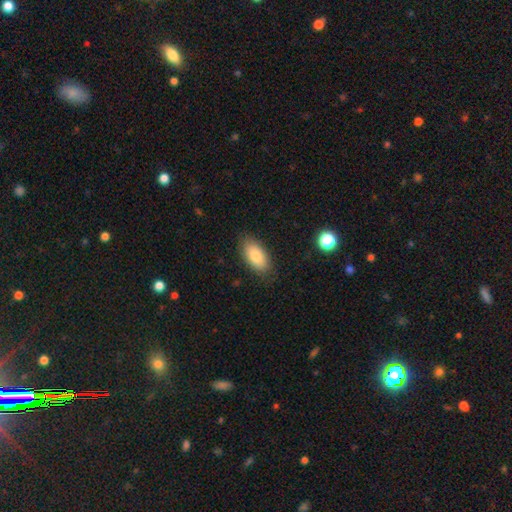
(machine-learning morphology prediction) The model was most divided on "smooth or featured": smooth: 82%, featured or disk: 11%, star or artifact: 7%. More confident: how rounded — in between (91%); merging — none (85%).